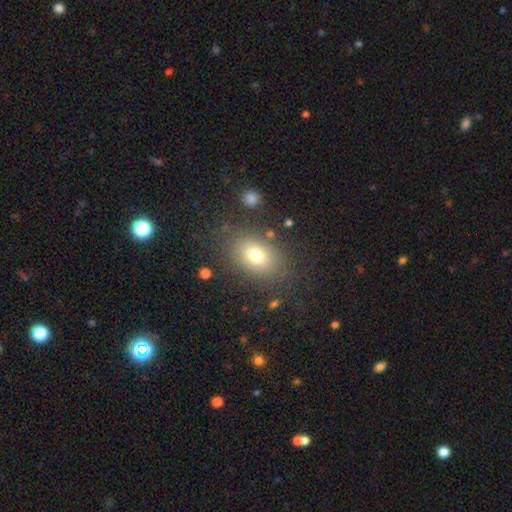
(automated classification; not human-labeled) Q: Smooth or featured?
A: smooth (73%); runner-up: featured or disk (14%)
Q: How rounded?
A: in between (71%); runner-up: round (27%)
Q: Merging?
A: none (79%); runner-up: minor disturbance (12%)